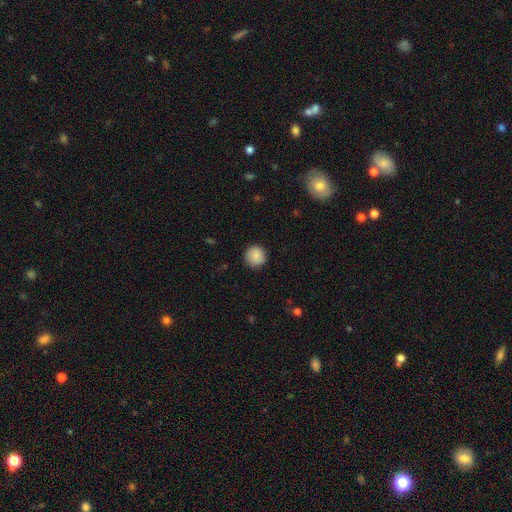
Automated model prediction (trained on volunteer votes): smooth 87%, star or artifact 8%, featured or disk 5%. Down the decision tree: how rounded — round (93%); merging — none (89%).